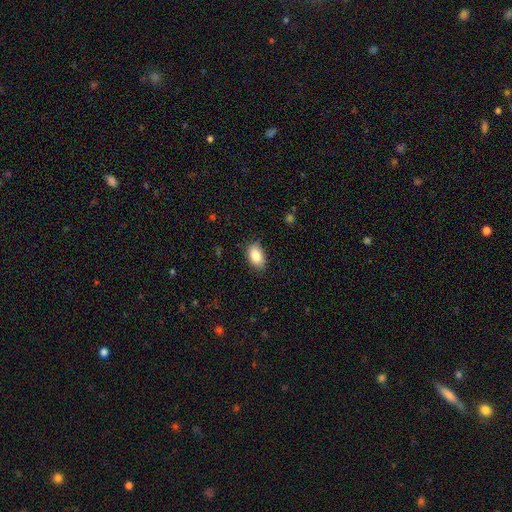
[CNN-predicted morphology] This is clearly a smooth galaxy (87%). How rounded: clearly in between (92%). Merging: clearly none (84%).